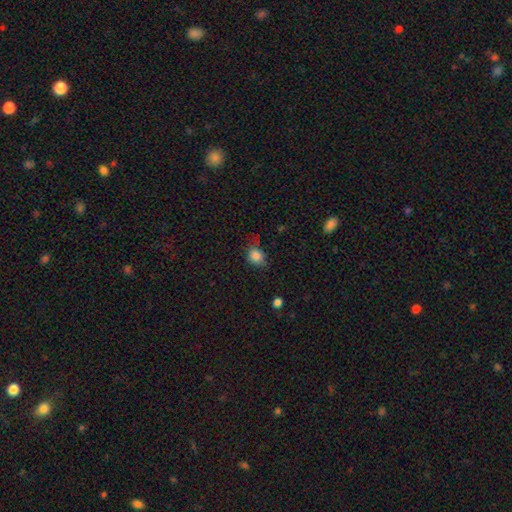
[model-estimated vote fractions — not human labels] Smooth or featured? smooth (84%)
How rounded? round (52%)
Merging? none (57%)